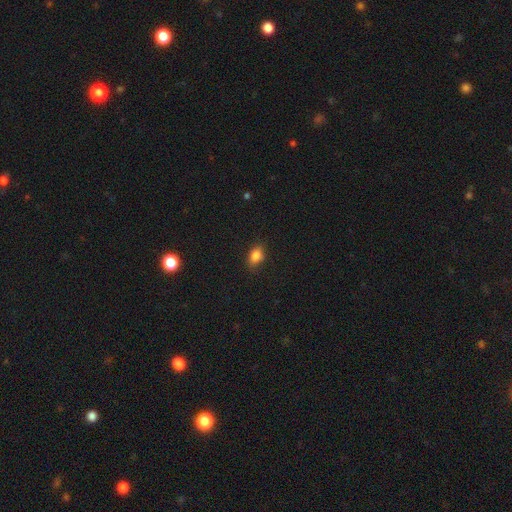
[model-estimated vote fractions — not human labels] Smooth or featured: smooth — 83% (star or artifact — 10%)
How rounded: in between — 79% (round — 17%)
Merging: none — 81% (minor disturbance — 15%)